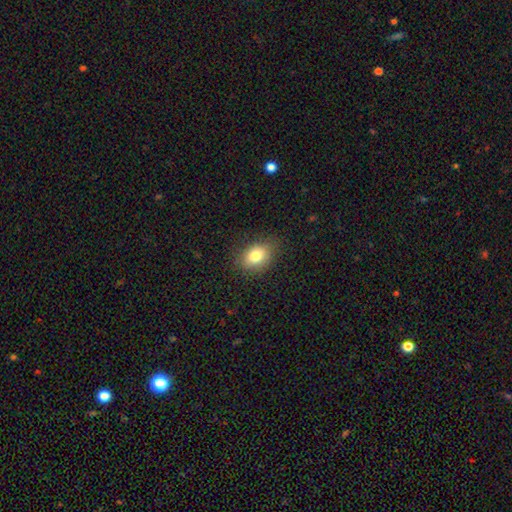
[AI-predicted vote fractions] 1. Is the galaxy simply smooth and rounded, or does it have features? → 80% smooth, 10% star or artifact, 10% featured or disk.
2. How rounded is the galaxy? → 72% in between, 27% round, 1% cigar-shaped.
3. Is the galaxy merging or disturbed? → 81% none, 14% minor disturbance, 4% major disturbance, 1% merger.